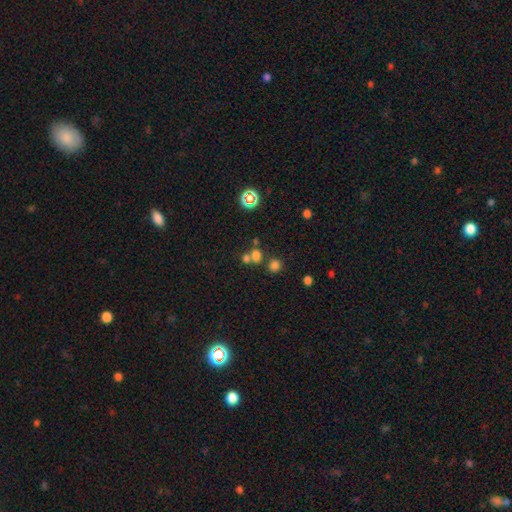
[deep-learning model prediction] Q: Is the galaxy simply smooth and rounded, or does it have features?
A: smooth — 62%.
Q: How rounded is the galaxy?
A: round — 80%.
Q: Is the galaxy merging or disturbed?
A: none — 55%.